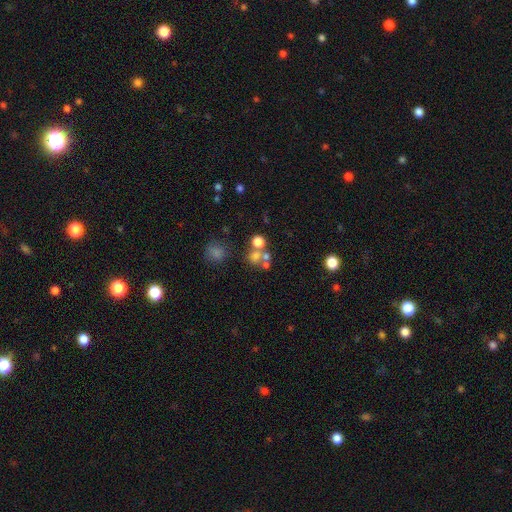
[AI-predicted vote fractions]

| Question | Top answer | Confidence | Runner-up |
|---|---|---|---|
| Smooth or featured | smooth | 61% | star or artifact (21%) |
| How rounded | round | 80% | in between (18%) |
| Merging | none | 43% | merger (42%) |